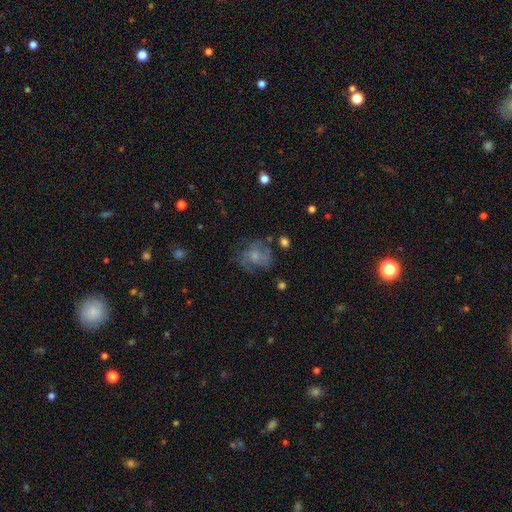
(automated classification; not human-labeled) Smooth or featured?
  - featured or disk: 47% *
  - smooth: 41%
  - star or artifact: 12%
Merging?
  - none: 53% *
  - minor disturbance: 23%
  - major disturbance: 21%
  - merger: 3%